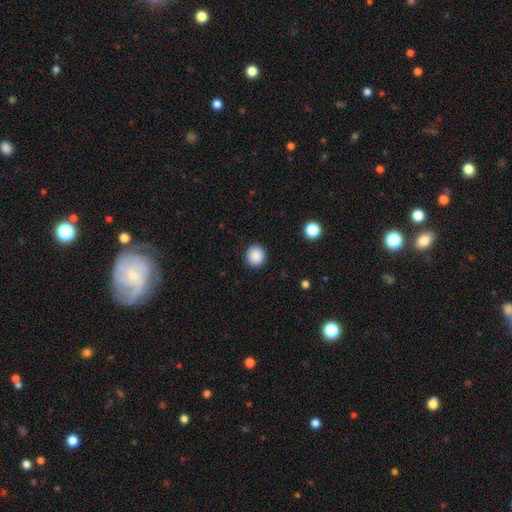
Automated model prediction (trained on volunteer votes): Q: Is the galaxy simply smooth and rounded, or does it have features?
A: smooth — 88%.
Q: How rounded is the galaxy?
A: round — 89%.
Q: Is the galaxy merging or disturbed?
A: none — 91%.